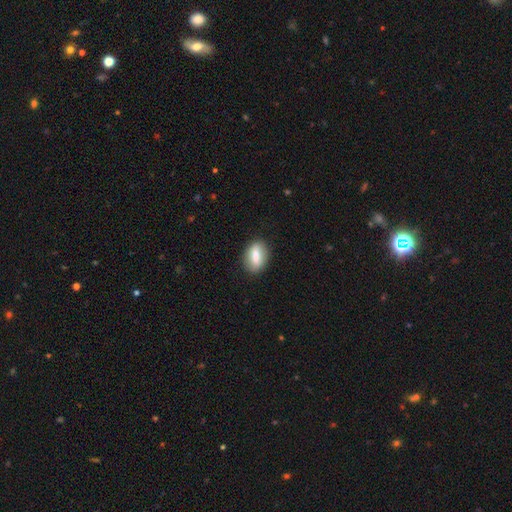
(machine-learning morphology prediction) type=smooth (69%); roundness=in between (79%); merging=none (85%).